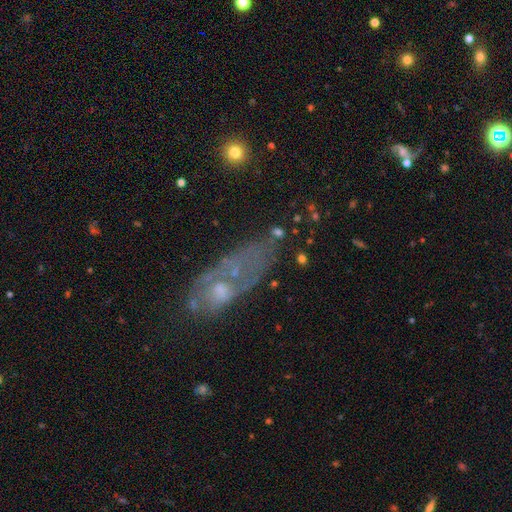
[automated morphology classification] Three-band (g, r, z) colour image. It shows a featured or disk galaxy (50%). Merging: none (45%).